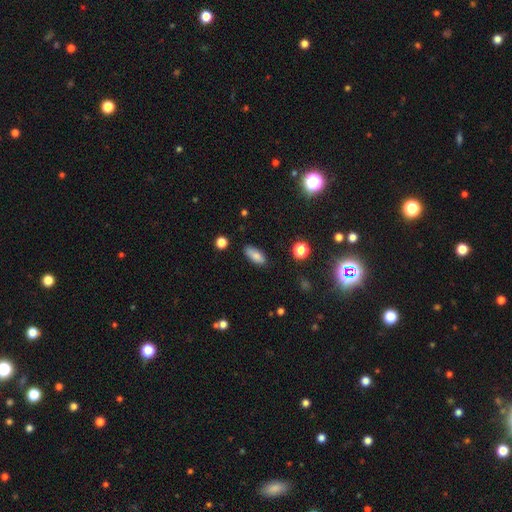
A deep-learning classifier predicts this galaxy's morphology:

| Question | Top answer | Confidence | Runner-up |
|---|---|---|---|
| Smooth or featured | smooth | 81% | featured or disk (10%) |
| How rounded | in between | 81% | cigar-shaped (16%) |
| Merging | none | 84% | minor disturbance (12%) |